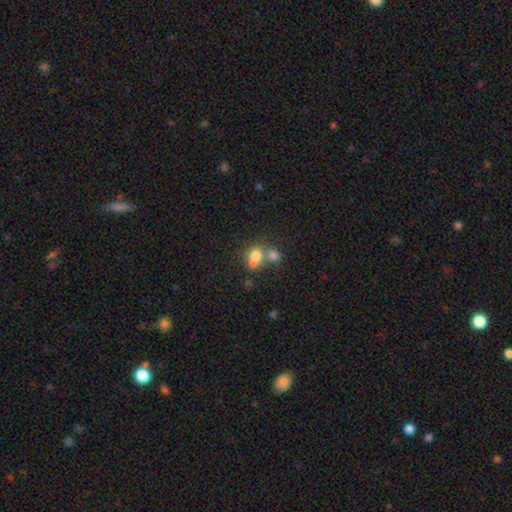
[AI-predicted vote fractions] Q: Smooth or featured?
A: smooth (71%); runner-up: featured or disk (16%)
Q: How rounded?
A: round (59%); runner-up: in between (40%)
Q: Merging?
A: merger (58%); runner-up: none (30%)